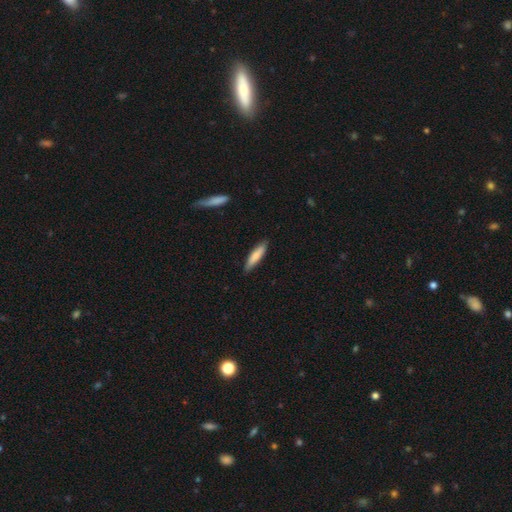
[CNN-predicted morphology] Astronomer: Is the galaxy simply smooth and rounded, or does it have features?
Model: smooth — 79%.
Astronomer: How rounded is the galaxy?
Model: cigar-shaped — 78%.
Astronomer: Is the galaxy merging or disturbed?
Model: none — 88%.